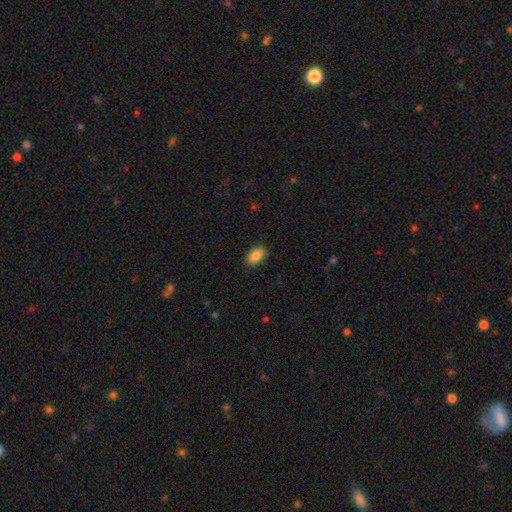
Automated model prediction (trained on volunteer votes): This is clearly a smooth galaxy (88%). How rounded: clearly in between (91%). Merging: clearly none (88%).